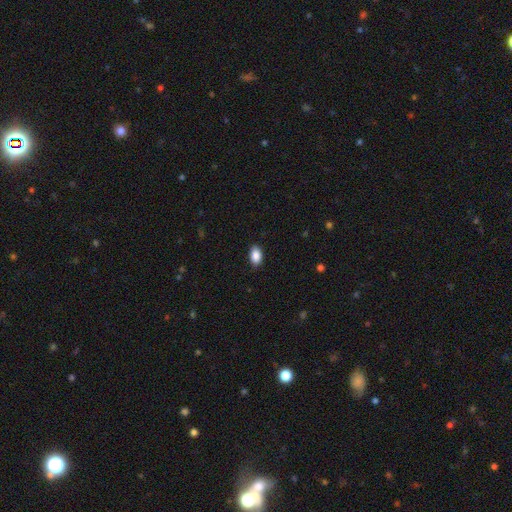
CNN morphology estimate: A smooth galaxy with no disk features (89%) that is in between round and cigar-shaped (92%).

Vote fractions:
- Smooth or featured? smooth: 89% / star or artifact: 7% / featured or disk: 4%
- How rounded? in between: 92% / round: 7% / cigar-shaped: 2%
- Merging? none: 86% / minor disturbance: 11% / major disturbance: 2% / merger: 1%